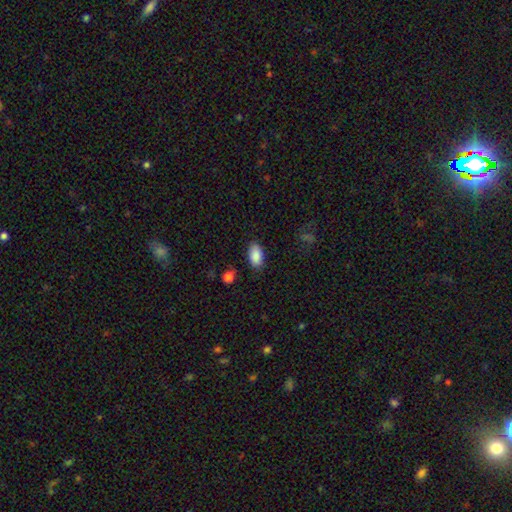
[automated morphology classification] Overall: smooth (89%). How rounded: in between (93%). Merging: none (83%).